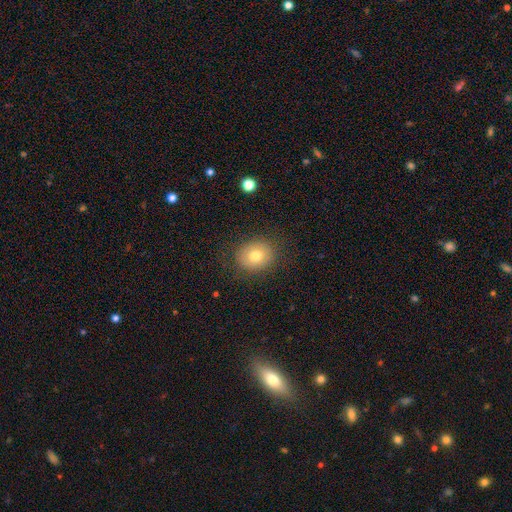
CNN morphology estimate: Smooth or featured: smooth — 74% (featured or disk — 15%)
How rounded: round — 64% (in between — 35%)
Merging: none — 84% (minor disturbance — 11%)